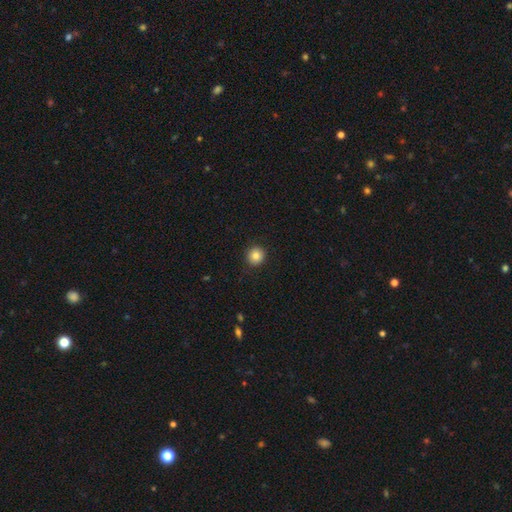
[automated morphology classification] A smooth galaxy with no disk features (84%) that is round (93%).

Vote fractions:
- Smooth or featured? smooth: 84% / star or artifact: 10% / featured or disk: 6%
- How rounded? round: 93% / in between: 6% / cigar-shaped: 1%
- Merging? none: 92% / minor disturbance: 6% / major disturbance: 2% / merger: 1%